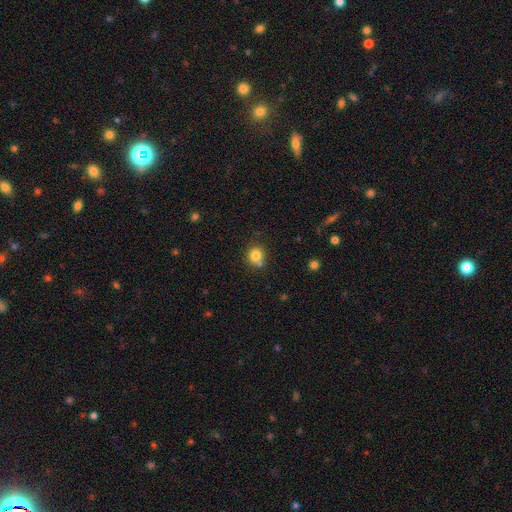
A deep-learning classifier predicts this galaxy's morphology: Smooth or featured?
  - smooth: 80% *
  - star or artifact: 12%
  - featured or disk: 9%
How rounded?
  - round: 86% *
  - in between: 13%
  - cigar-shaped: 1%
Merging?
  - none: 63% *
  - merger: 22%
  - minor disturbance: 11%
  - major disturbance: 3%